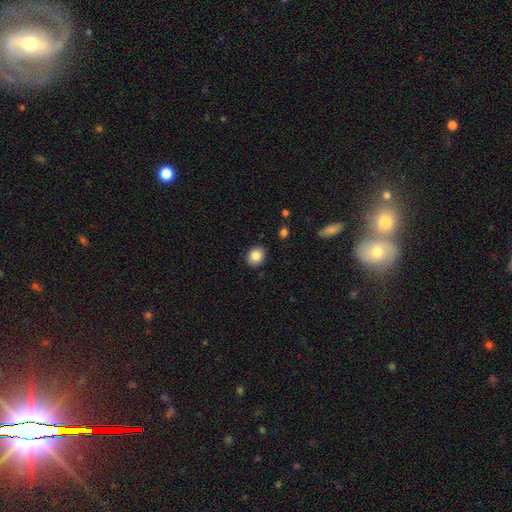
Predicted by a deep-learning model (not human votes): smooth 86%, star or artifact 9%, featured or disk 5%. Down the decision tree: how rounded — round (61%); merging — none (89%).